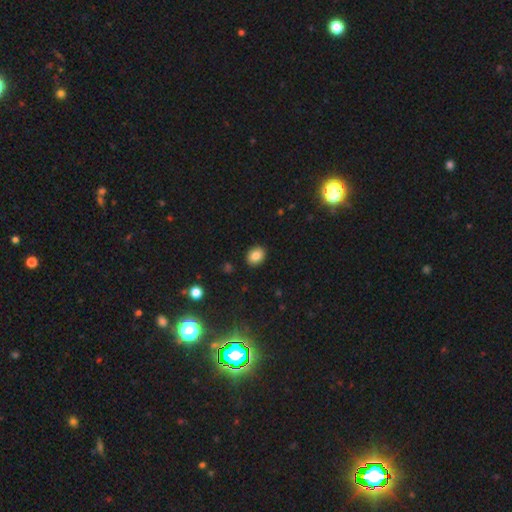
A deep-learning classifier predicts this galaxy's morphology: Smooth or featured?
  - smooth: 84% *
  - star or artifact: 10%
  - featured or disk: 6%
How rounded?
  - in between: 50% *
  - round: 49%
  - cigar-shaped: 1%
Merging?
  - none: 90% *
  - minor disturbance: 7%
  - major disturbance: 2%
  - merger: 1%